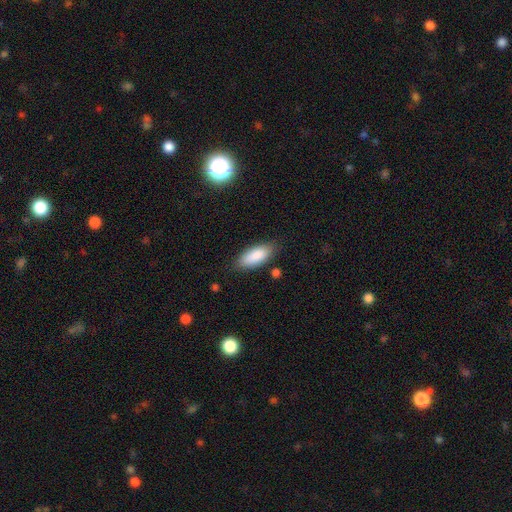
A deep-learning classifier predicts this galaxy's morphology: A smooth galaxy with no disk features (88%) that is in between round and cigar-shaped (84%).

Vote fractions:
- Smooth or featured? smooth: 88% / star or artifact: 6% / featured or disk: 6%
- How rounded? in between: 84% / cigar-shaped: 14% / round: 2%
- Merging? none: 81% / minor disturbance: 14% / major disturbance: 3% / merger: 2%